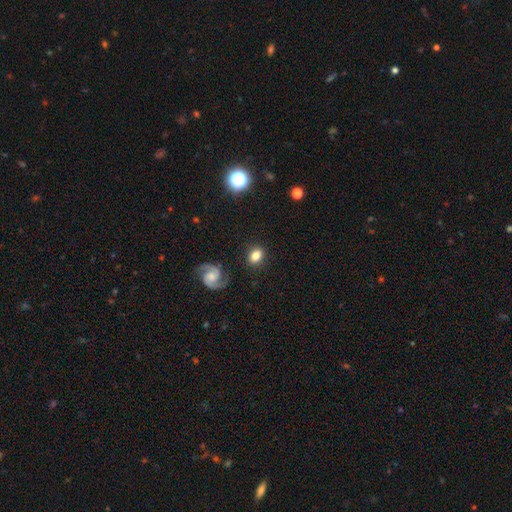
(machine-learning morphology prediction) This is likely a smooth galaxy (75%). How rounded: possibly in between (57%). Merging: clearly none (84%).